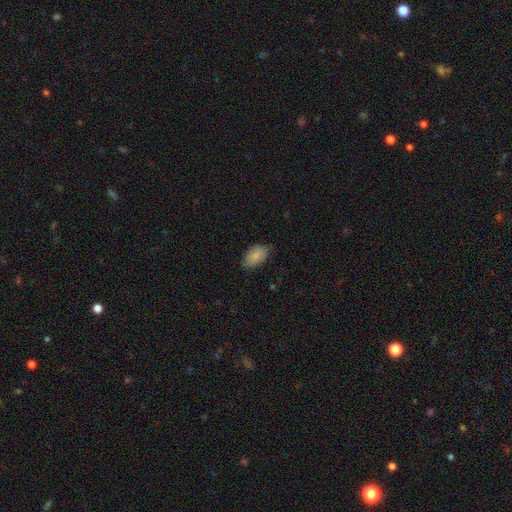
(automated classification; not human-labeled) Smooth or featured? smooth (83%)
How rounded? in between (93%)
Merging? none (71%)